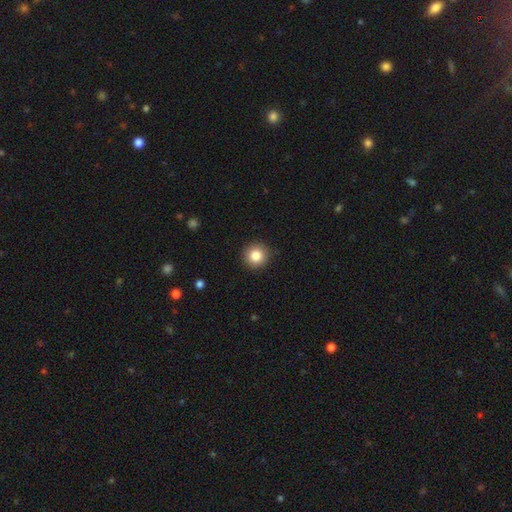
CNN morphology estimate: type=smooth (83%); roundness=round (95%); merging=none (91%).